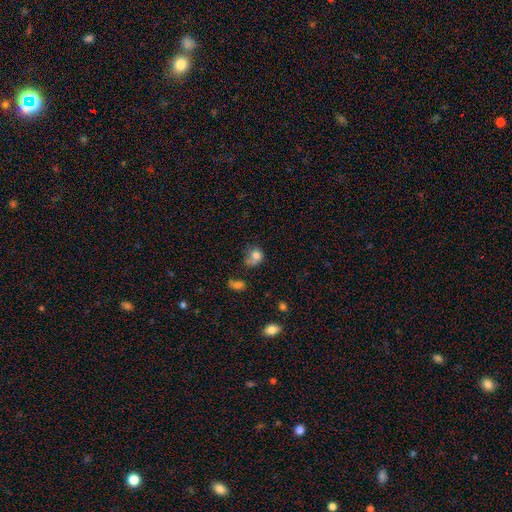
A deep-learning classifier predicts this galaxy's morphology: Overall: smooth (76%). How rounded: round (62%; in between 37%). Merging: none (34%; minor disturbance 28%).